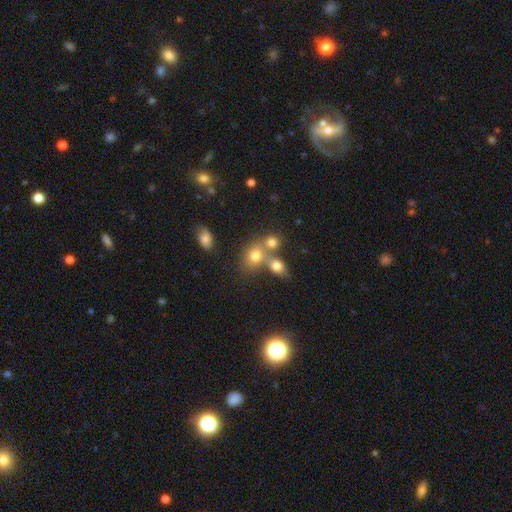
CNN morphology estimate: Overall: smooth (71%). How rounded: round (55%; in between 44%). Merging: none (43%; merger 41%).